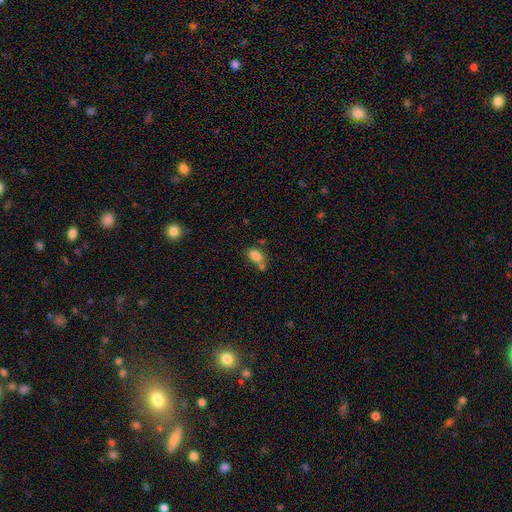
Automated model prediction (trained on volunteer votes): A smooth galaxy with no disk features (83%) that is in between round and cigar-shaped (87%).

Vote fractions:
- Smooth or featured? smooth: 83% / star or artifact: 10% / featured or disk: 8%
- How rounded? in between: 87% / round: 11% / cigar-shaped: 3%
- Merging? none: 50% / merger: 28% / minor disturbance: 16% / major disturbance: 6%